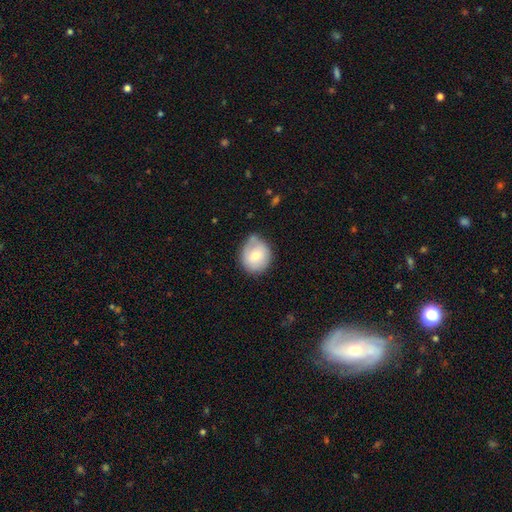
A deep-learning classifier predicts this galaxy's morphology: A smooth galaxy with no disk features (68%) that is round (70%).

Vote fractions:
- Smooth or featured? smooth: 68% / featured or disk: 25% / star or artifact: 7%
- How rounded? round: 70% / in between: 29% / cigar-shaped: 1%
- Merging? none: 58% / minor disturbance: 29% / major disturbance: 6% / merger: 6%